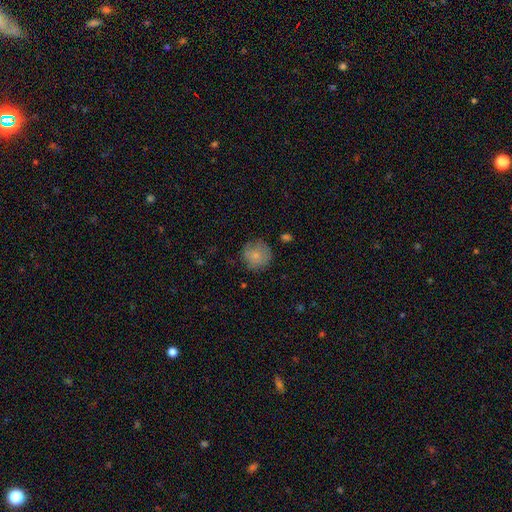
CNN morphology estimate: smooth_or_featured: smooth (p=0.80) [alt: featured or disk p=0.12]
how_rounded: round (p=0.92) [alt: in between p=0.07]
merging: none (p=0.78) [alt: minor disturbance p=0.16]